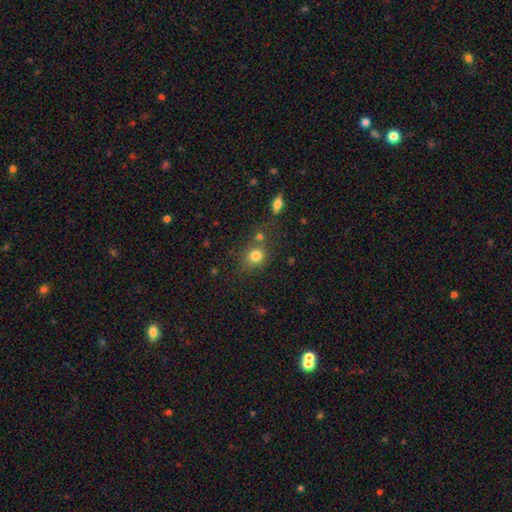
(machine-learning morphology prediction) Smooth or featured: smooth — 79% (star or artifact — 13%)
How rounded: round — 75% (in between — 23%)
Merging: none — 60% (merger — 22%)